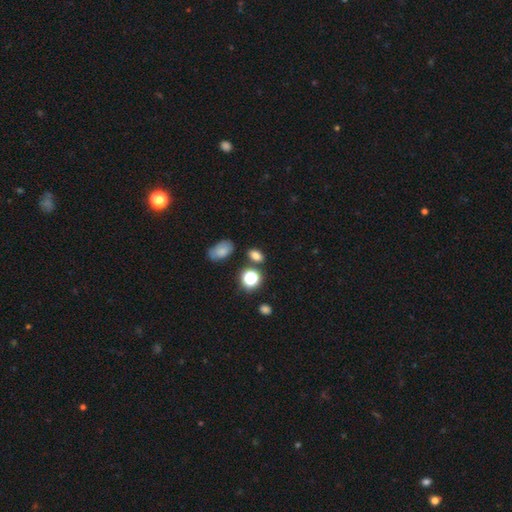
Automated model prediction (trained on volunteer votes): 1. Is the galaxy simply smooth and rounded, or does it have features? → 74% smooth, 18% star or artifact, 8% featured or disk.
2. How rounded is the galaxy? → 77% in between, 19% round, 3% cigar-shaped.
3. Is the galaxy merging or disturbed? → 77% none, 11% minor disturbance, 8% merger, 4% major disturbance.